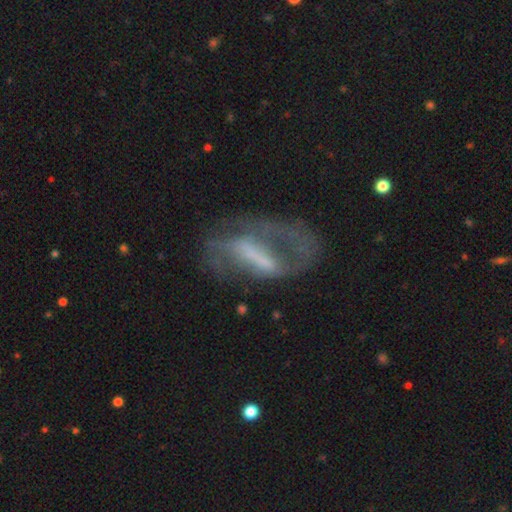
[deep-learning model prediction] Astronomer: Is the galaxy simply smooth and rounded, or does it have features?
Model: featured or disk — 67%.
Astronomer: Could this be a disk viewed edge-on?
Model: no — 90%.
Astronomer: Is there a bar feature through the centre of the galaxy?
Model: strong — 46% (runner-up: weak, 29%).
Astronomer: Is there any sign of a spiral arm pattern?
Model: yes — 55% (runner-up: no, 45%).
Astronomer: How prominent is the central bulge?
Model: none — 45% (runner-up: small, 21%).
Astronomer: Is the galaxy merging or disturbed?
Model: major disturbance — 41% (runner-up: none, 36%).